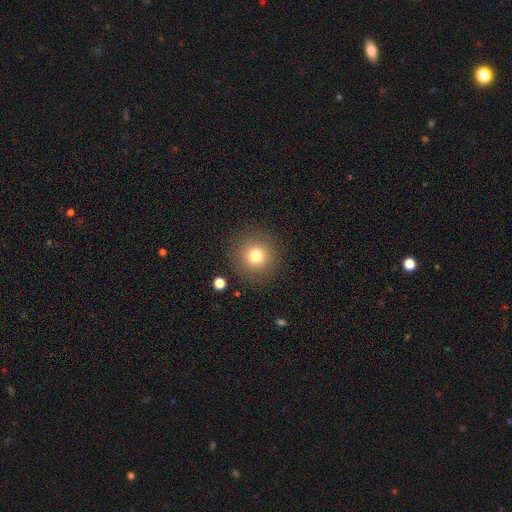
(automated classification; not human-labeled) Morphology: type=smooth (77%); roundness=round (94%); merging=none (88%).